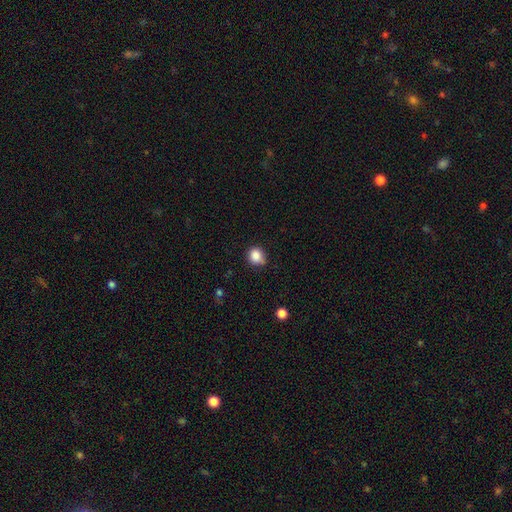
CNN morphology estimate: smooth 86%, star or artifact 10%, featured or disk 4%. Down the decision tree: how rounded — round (79%); merging — none (68%).